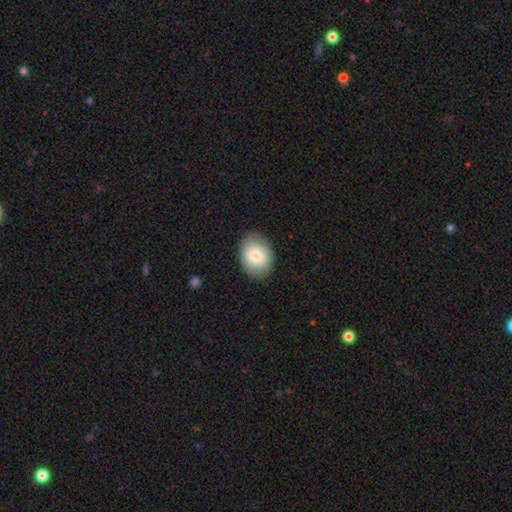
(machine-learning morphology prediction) The model was most divided on "how rounded": in between: 69%, round: 30%, cigar-shaped: 1%. More confident: merging — none (83%); smooth or featured — smooth (78%).